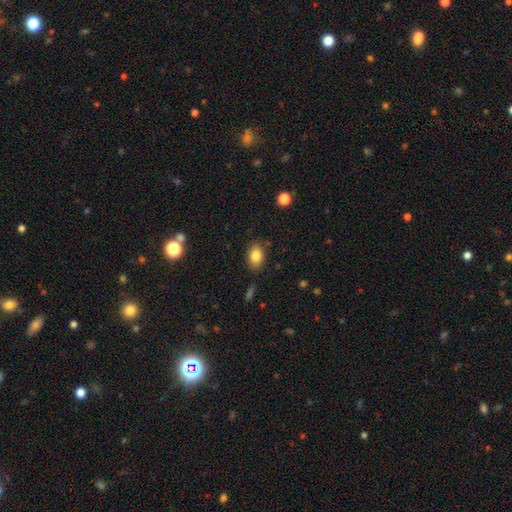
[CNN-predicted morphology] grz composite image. It shows a smooth galaxy with no disk features (84%) that is in between round and cigar-shaped (83%). Merging: none (83%).